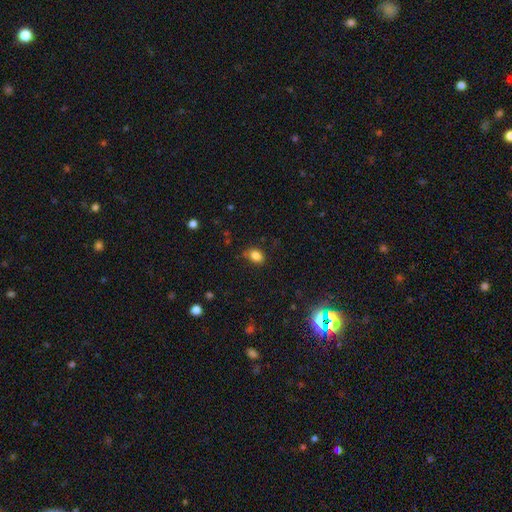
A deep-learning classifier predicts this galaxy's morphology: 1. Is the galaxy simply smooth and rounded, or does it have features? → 83% smooth, 12% star or artifact, 6% featured or disk.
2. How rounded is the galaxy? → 65% in between, 34% round, 1% cigar-shaped.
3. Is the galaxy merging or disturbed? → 78% none, 16% minor disturbance, 4% major disturbance, 2% merger.